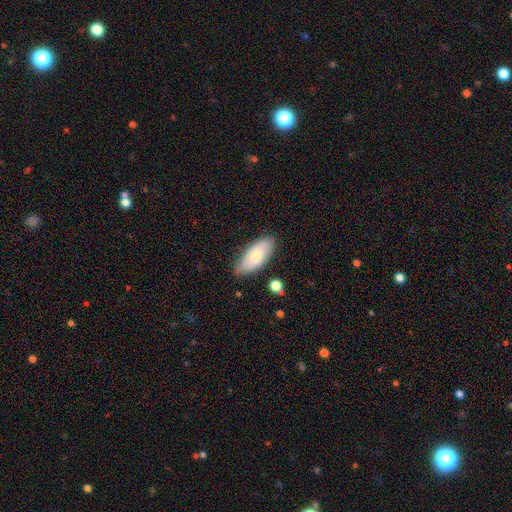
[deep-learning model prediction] This appears to be a smooth galaxy with no disk features (77%) that is in between round and cigar-shaped (87%). Merging: none (78%).